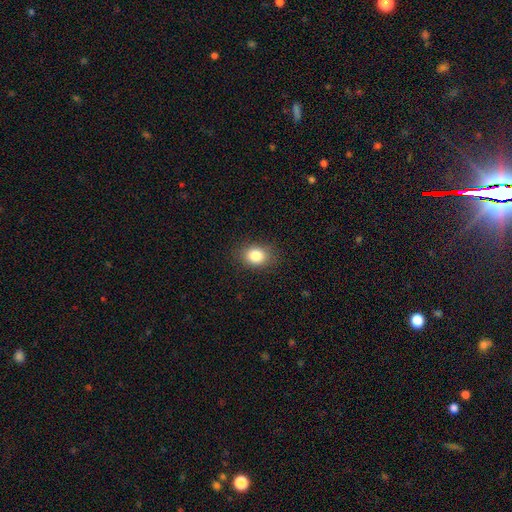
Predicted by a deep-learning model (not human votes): Overall: smooth (84%). How rounded: in between (61%; round 38%). Merging: none (86%).